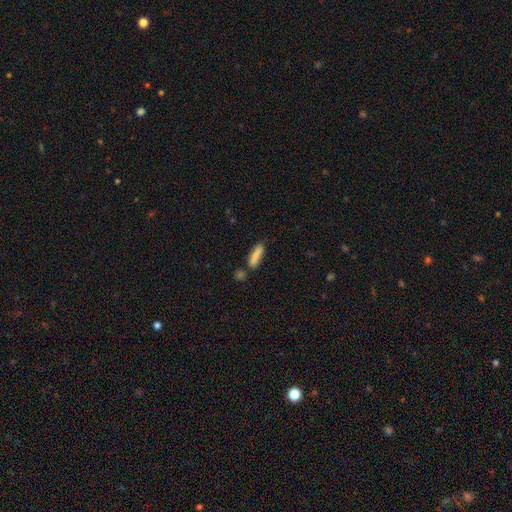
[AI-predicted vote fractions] This appears to be a smooth galaxy with no disk features (83%) that is cigar-shaped (72%). Merging: none (69%).